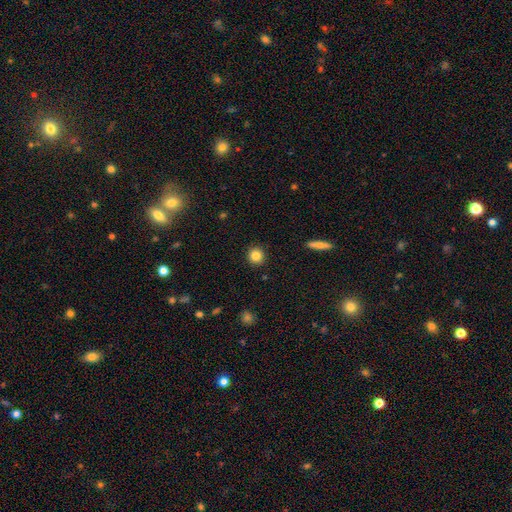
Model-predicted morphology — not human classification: Smooth or featured? smooth (84%)
How rounded? round (92%)
Merging? none (92%)